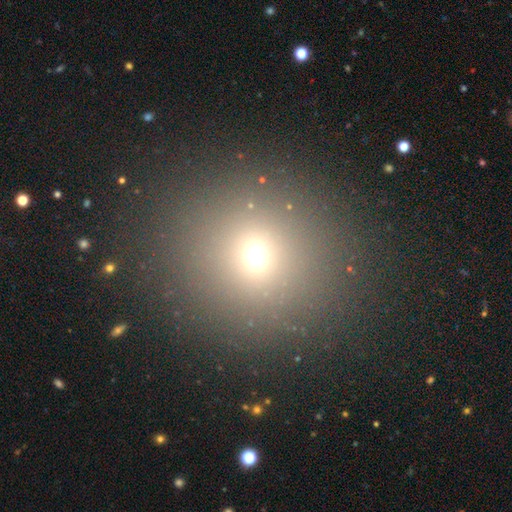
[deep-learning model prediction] This is likely a smooth galaxy (65%). How rounded: clearly round (87%). Merging: clearly none (89%).